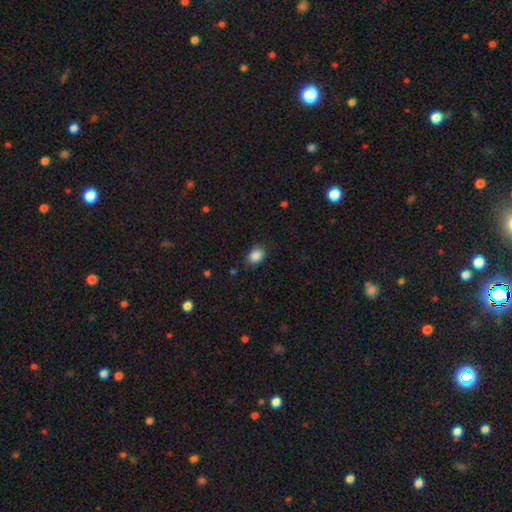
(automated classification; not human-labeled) A smooth galaxy with no disk features (87%) that is in between round and cigar-shaped (58%).

Vote fractions:
- Smooth or featured? smooth: 87% / star or artifact: 9% / featured or disk: 4%
- How rounded? in between: 58% / round: 41% / cigar-shaped: 1%
- Merging? none: 79% / minor disturbance: 16% / major disturbance: 3% / merger: 1%